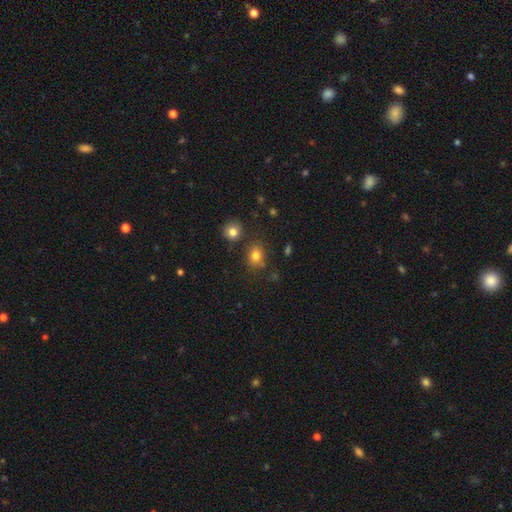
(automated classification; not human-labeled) smooth-or-featured: smooth: 80% | star or artifact: 13% | featured or disk: 7%
  how-rounded: round: 51% | in between: 48% | cigar-shaped: 1%
  merging: none: 74% | minor disturbance: 14% | merger: 8% | major disturbance: 4%